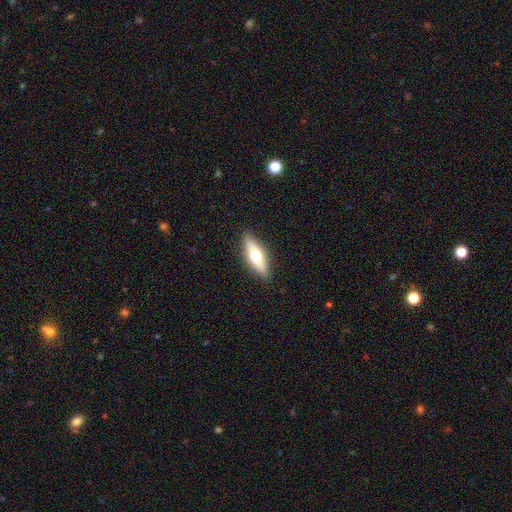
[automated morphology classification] Q: Smooth or featured?
A: smooth (53%); runner-up: featured or disk (41%)
Q: How rounded?
A: cigar-shaped (52%); runner-up: in between (45%)
Q: Merging?
A: none (89%); runner-up: minor disturbance (8%)